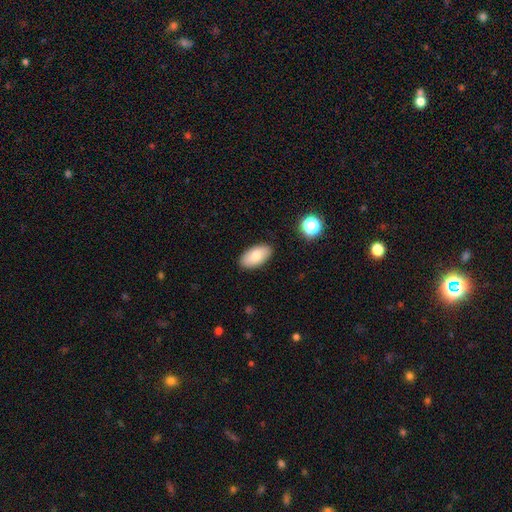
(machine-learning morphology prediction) Smooth or featured? Predicted: smooth (p=0.81). How rounded? Predicted: in between (p=0.94). Merging? Predicted: none (p=0.88).